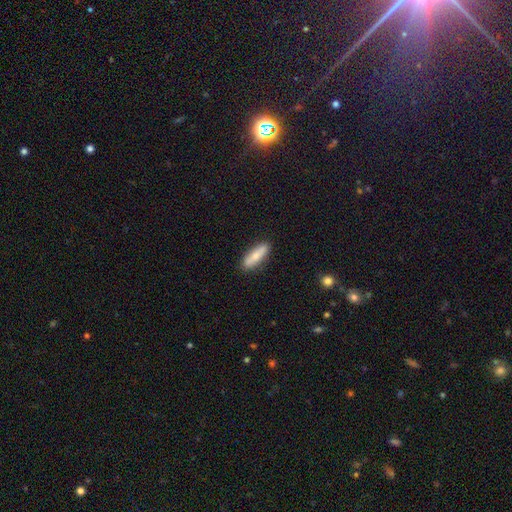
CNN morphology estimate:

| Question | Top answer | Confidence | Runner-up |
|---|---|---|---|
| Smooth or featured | smooth | 66% | featured or disk (28%) |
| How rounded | cigar-shaped | 58% | in between (40%) |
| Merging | none | 86% | minor disturbance (10%) |